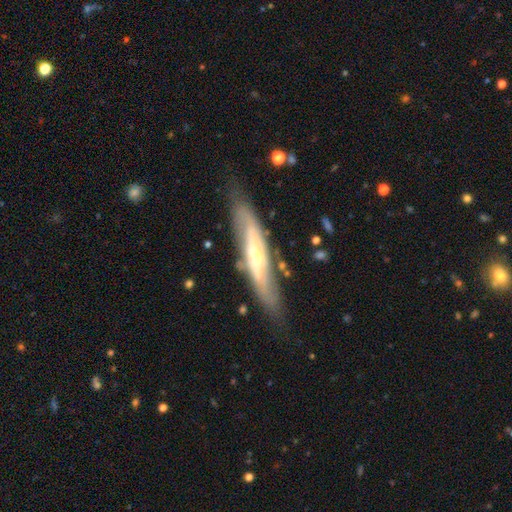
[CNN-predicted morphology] Smooth or featured: featured or disk — 67% (smooth — 27%)
Edge-on disk: yes — 54% (no — 46%)
Merging: none — 73% (minor disturbance — 18%)